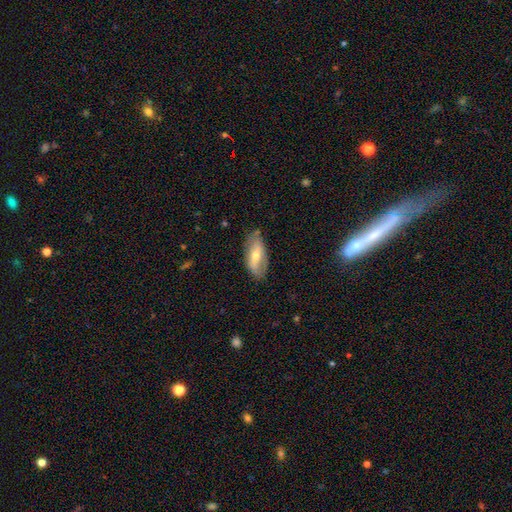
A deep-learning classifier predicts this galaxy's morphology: smooth 51%, featured or disk 43%, star or artifact 6%. Down the decision tree: how rounded — in between (86%); merging — none (72%).